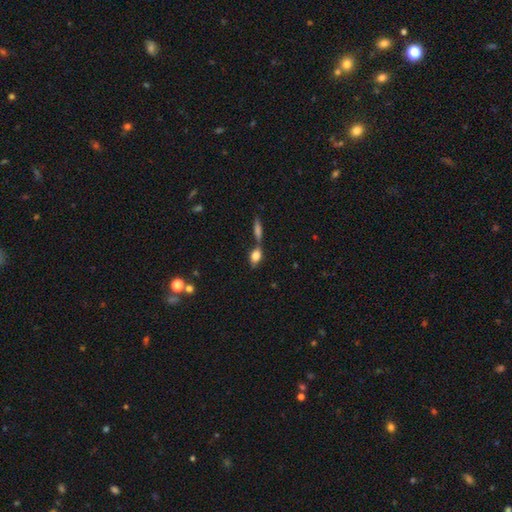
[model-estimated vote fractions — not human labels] A smooth galaxy with no disk features (75%) that is in between round and cigar-shaped (78%).

Vote fractions:
- Smooth or featured? smooth: 75% / featured or disk: 15% / star or artifact: 10%
- How rounded? in between: 78% / round: 14% / cigar-shaped: 8%
- Merging? none: 48% / merger: 34% / minor disturbance: 13% / major disturbance: 5%